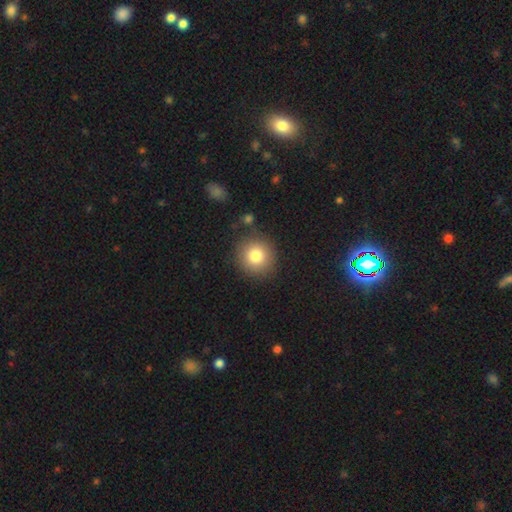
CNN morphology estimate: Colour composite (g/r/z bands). It shows a smooth galaxy with no disk features (81%) that is round (92%). Merging: none (84%).